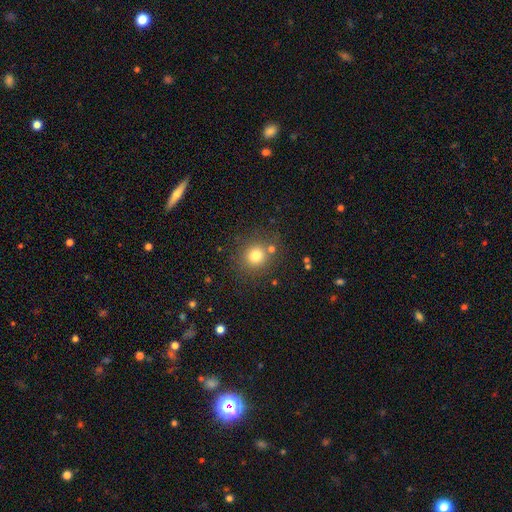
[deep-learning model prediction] This appears to be a smooth galaxy with no disk features (77%) that is round (87%). Merging: none (78%).